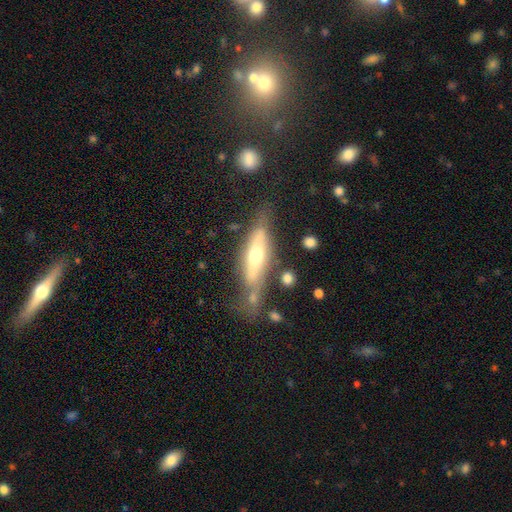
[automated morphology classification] Smooth or featured?
  - featured or disk: 62% *
  - smooth: 31%
  - star or artifact: 6%
Edge-on disk?
  - yes: 78% *
  - no: 22%
Merging?
  - none: 59% *
  - minor disturbance: 23%
  - major disturbance: 10%
  - merger: 8%